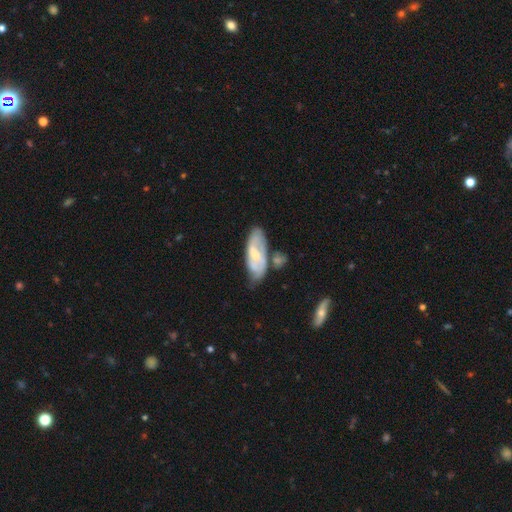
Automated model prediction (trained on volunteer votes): The model was most divided on "smooth or featured": featured or disk: 56%, smooth: 38%, star or artifact: 6%. Remaining: edge-on disk — no (86%); merging — none (48%).